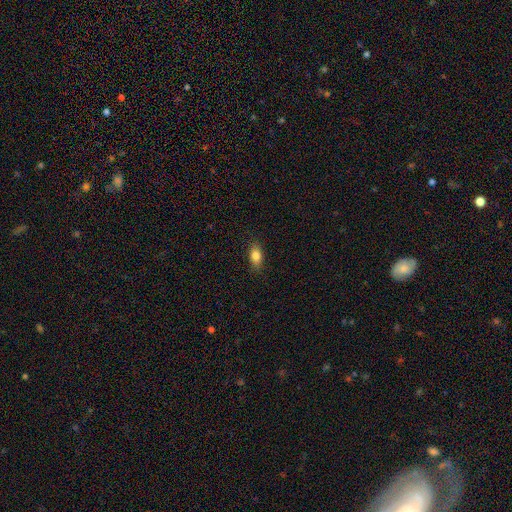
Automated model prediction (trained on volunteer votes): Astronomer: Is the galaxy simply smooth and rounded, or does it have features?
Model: smooth — 82%.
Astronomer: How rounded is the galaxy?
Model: in between — 84%.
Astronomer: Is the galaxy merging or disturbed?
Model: none — 86%.